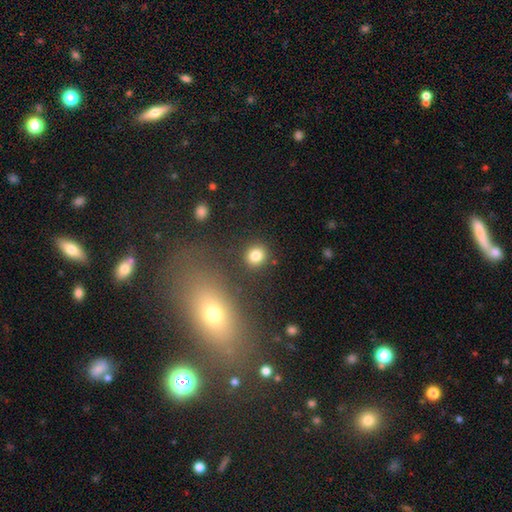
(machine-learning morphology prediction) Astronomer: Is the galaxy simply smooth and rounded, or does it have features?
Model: smooth — 82%.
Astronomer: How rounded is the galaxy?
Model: round — 84%.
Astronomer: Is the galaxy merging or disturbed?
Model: none — 86%.